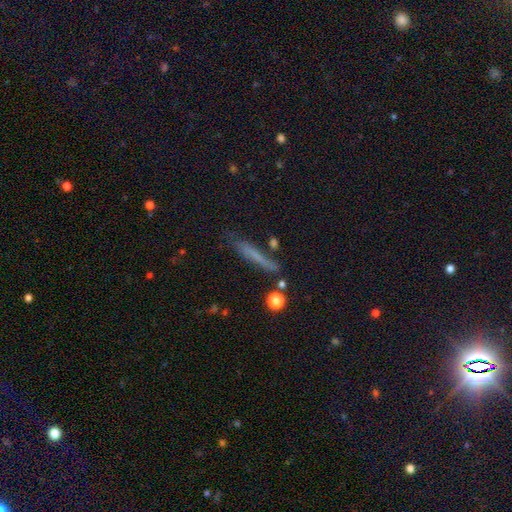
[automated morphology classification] Smooth or featured: smooth — 60% (featured or disk — 29%)
How rounded: cigar-shaped — 91% (in between — 6%)
Merging: none — 70% (minor disturbance — 18%)